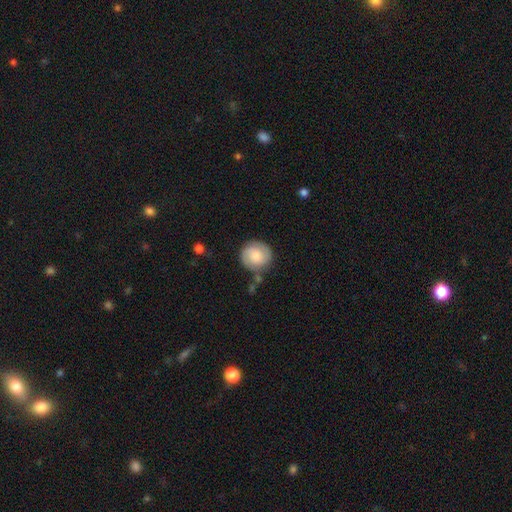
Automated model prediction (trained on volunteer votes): This appears to be a smooth galaxy with no disk features (54%) that is round (88%). Merging: none (76%).